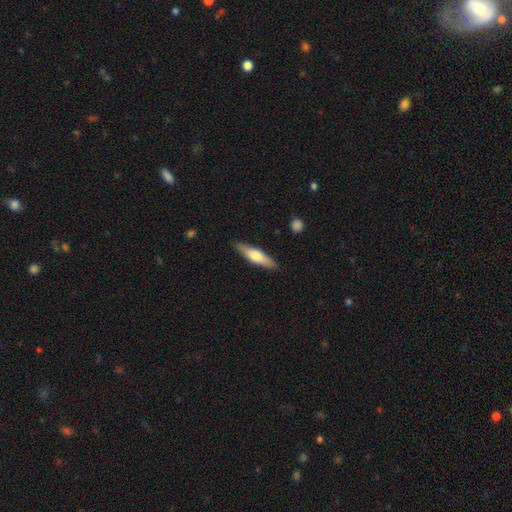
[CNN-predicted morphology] This appears to be a smooth galaxy with no disk features (54%) that is cigar-shaped (72%). Merging: none (88%).